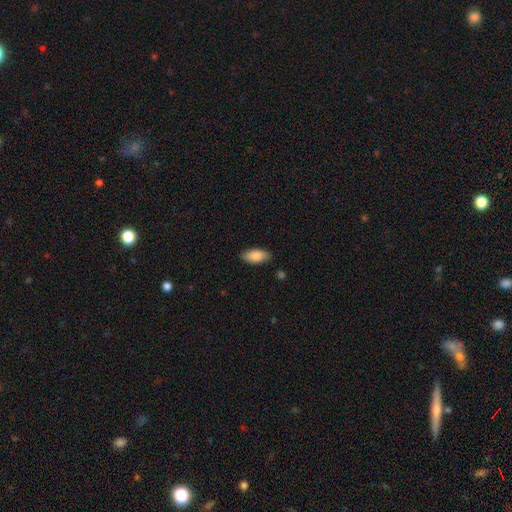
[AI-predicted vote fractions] This appears to be a smooth galaxy with no disk features (86%) that is in between round and cigar-shaped (89%). Merging: none (85%).